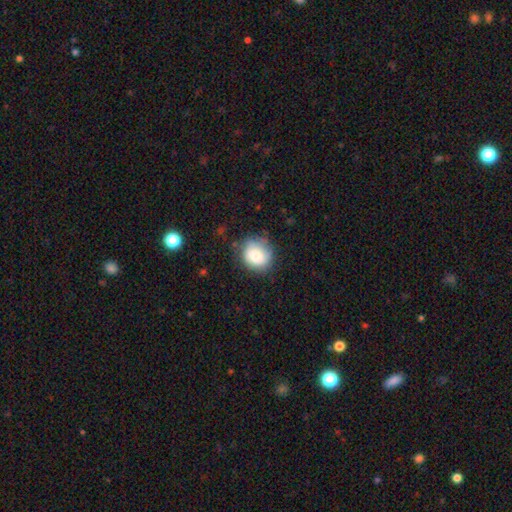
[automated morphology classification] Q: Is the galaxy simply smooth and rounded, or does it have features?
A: smooth — 78%.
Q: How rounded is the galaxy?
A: round — 79%.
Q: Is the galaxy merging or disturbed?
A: none — 72%.